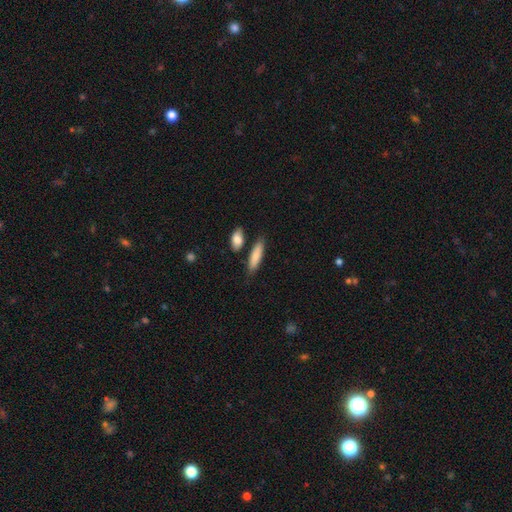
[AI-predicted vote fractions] A smooth galaxy with no disk features (83%) that is cigar-shaped (59%).

Vote fractions:
- Smooth or featured? smooth: 83% / featured or disk: 12% / star or artifact: 6%
- How rounded? cigar-shaped: 59% / in between: 38% / round: 3%
- Merging? none: 77% / minor disturbance: 13% / merger: 7% / major disturbance: 3%